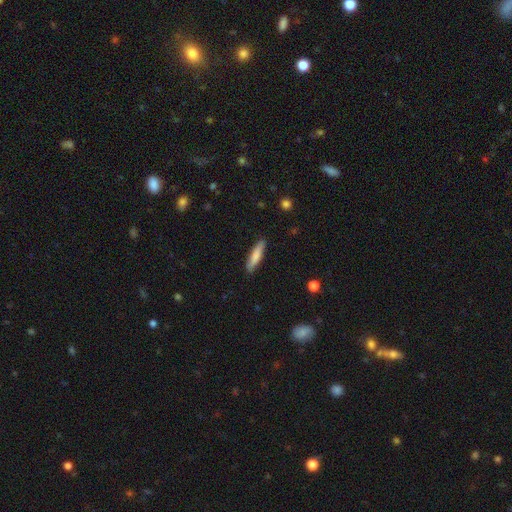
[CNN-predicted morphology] Smooth or featured? Predicted: smooth (p=0.78). How rounded? Predicted: cigar-shaped (p=0.81). Merging? Predicted: none (p=0.87).